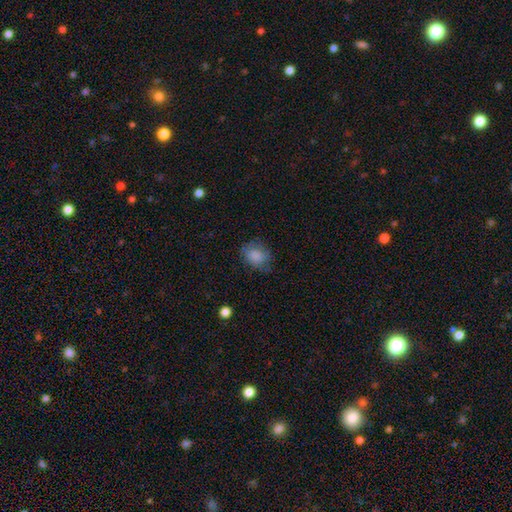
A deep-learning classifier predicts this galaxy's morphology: type=smooth (82%); roundness=round (50%); merging=none (68%).